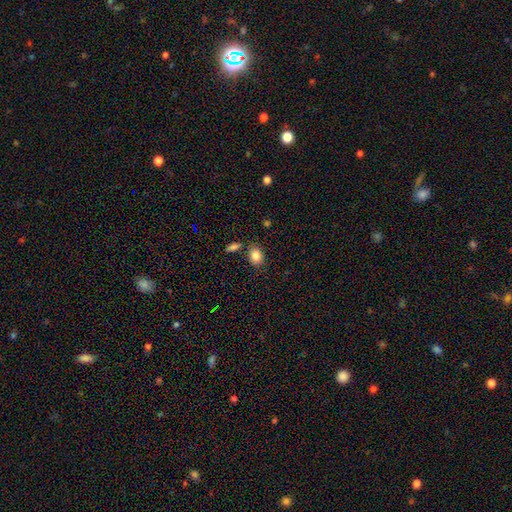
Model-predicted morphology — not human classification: A smooth galaxy with no disk features (85%) that is in between round and cigar-shaped (70%). Merging: none (76%).